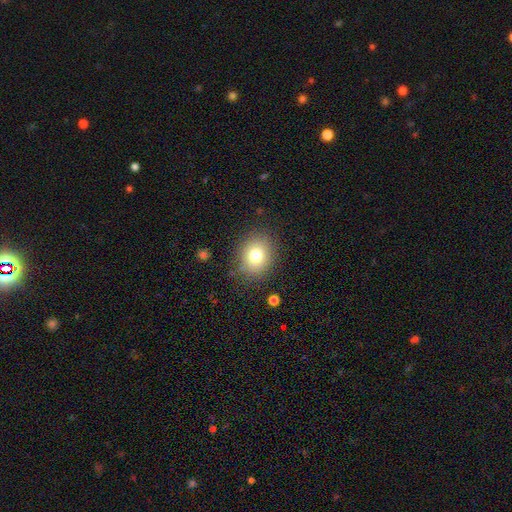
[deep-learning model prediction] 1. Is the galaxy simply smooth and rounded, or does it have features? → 77% smooth, 12% star or artifact, 11% featured or disk.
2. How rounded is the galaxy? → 62% round, 37% in between, 1% cigar-shaped.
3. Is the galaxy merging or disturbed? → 84% none, 10% minor disturbance, 4% major disturbance, 2% merger.